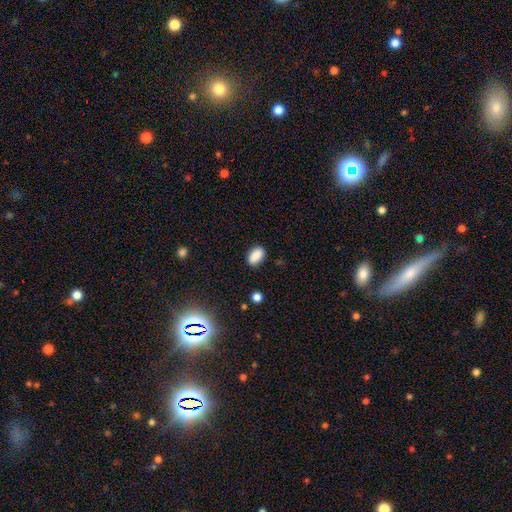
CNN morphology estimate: type=smooth (88%); roundness=in between (90%); merging=none (86%).